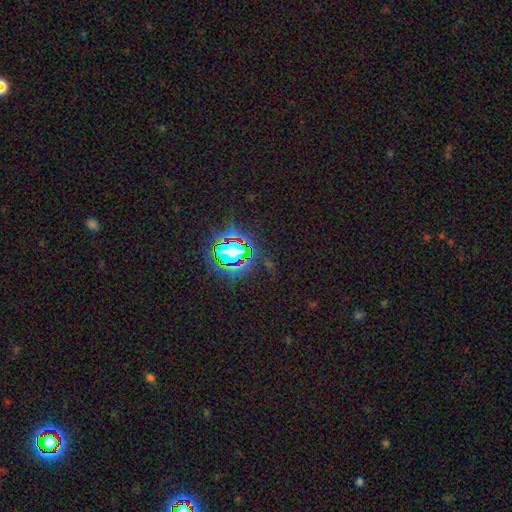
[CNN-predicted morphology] smooth-or-featured: star or artifact: 80% | smooth: 12% | featured or disk: 8%